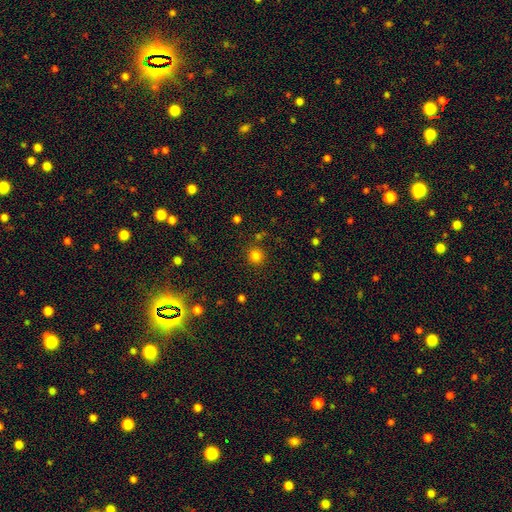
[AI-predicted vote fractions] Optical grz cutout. It shows a smooth galaxy with no disk features (80%) that is round (92%). Merging: none (86%).